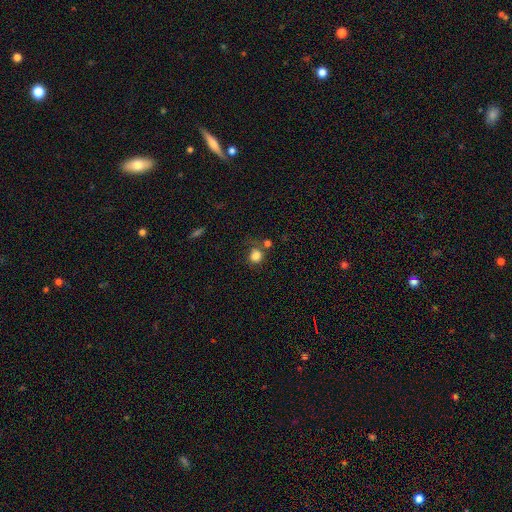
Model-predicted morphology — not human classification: A smooth galaxy with no disk features (81%) that is round (80%). Merging: none (50%).